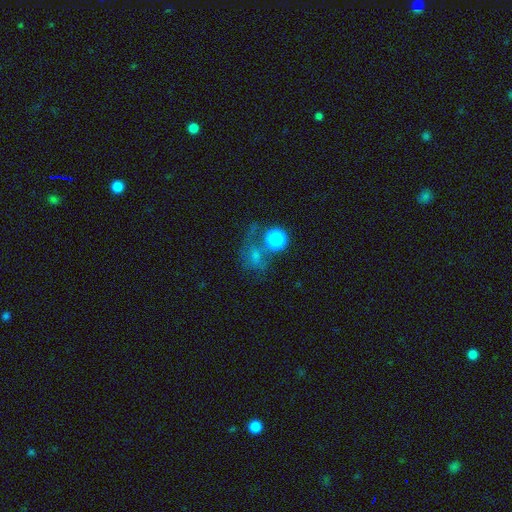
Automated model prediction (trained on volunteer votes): smooth 56%, star or artifact 25%, featured or disk 19%. Down the decision tree: how rounded — round (64%); merging — none (37%).